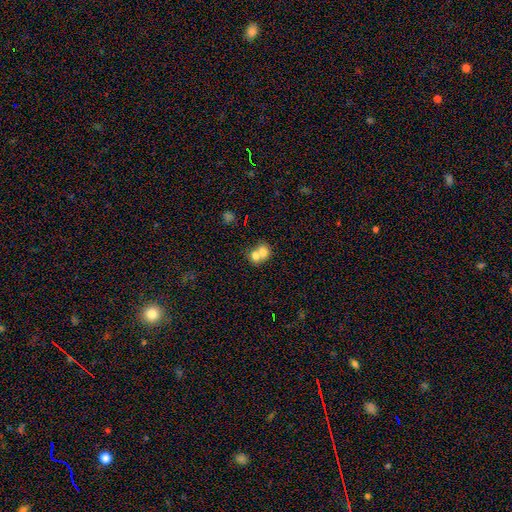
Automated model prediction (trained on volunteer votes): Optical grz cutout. It shows a smooth galaxy with no disk features (71%) that is round (59%). Merging: merger (70%).